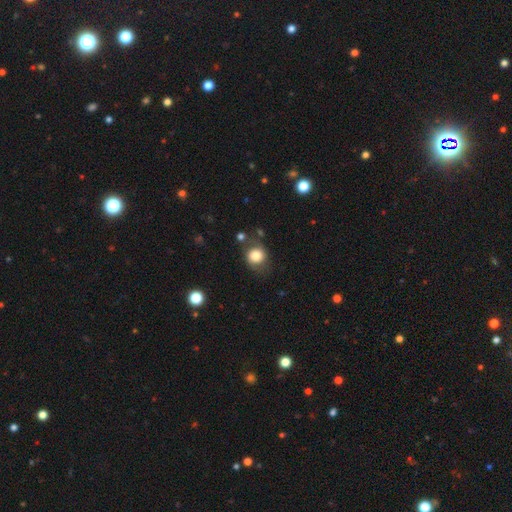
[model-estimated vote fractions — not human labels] Q: Smooth or featured?
A: smooth (78%); runner-up: featured or disk (12%)
Q: How rounded?
A: round (75%); runner-up: in between (24%)
Q: Merging?
A: none (66%); runner-up: minor disturbance (21%)